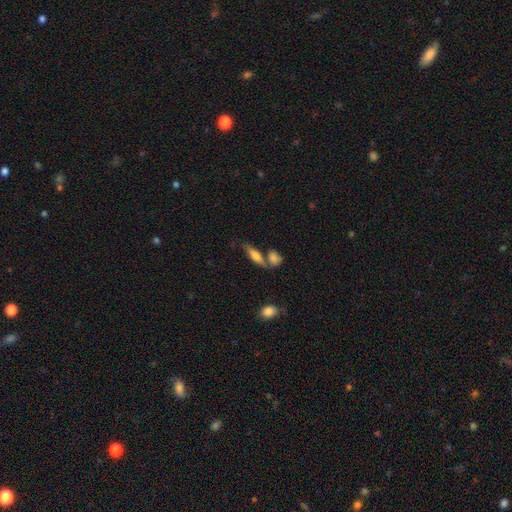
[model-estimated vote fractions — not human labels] A smooth galaxy with no disk features (64%) that is cigar-shaped (53%).

Vote fractions:
- Smooth or featured? smooth: 64% / featured or disk: 28% / star or artifact: 8%
- How rounded? cigar-shaped: 53% / in between: 43% / round: 4%
- Merging? none: 59% / merger: 24% / minor disturbance: 13% / major disturbance: 4%